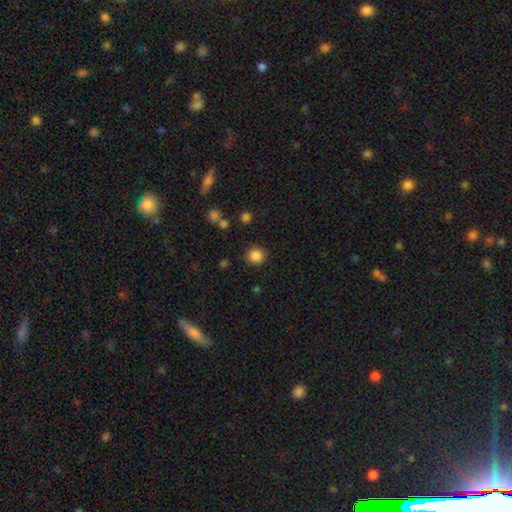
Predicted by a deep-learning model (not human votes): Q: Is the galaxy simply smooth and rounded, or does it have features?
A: smooth — 86%.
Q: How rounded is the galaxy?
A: round — 91%.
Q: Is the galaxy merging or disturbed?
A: none — 88%.